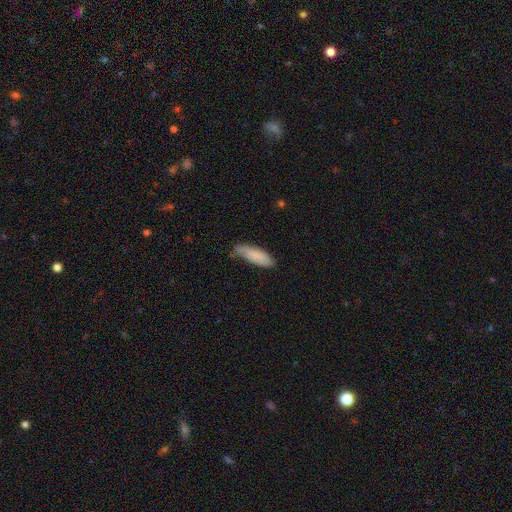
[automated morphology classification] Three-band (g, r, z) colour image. It shows a smooth galaxy with no disk features (83%) that is in between round and cigar-shaped (55%). Merging: none (64%).